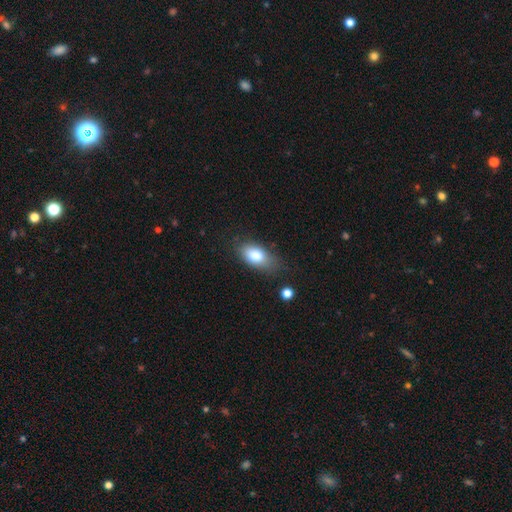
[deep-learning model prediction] Smooth or featured: smooth — 82% (featured or disk — 11%)
How rounded: in between — 90% (round — 6%)
Merging: none — 69% (minor disturbance — 22%)